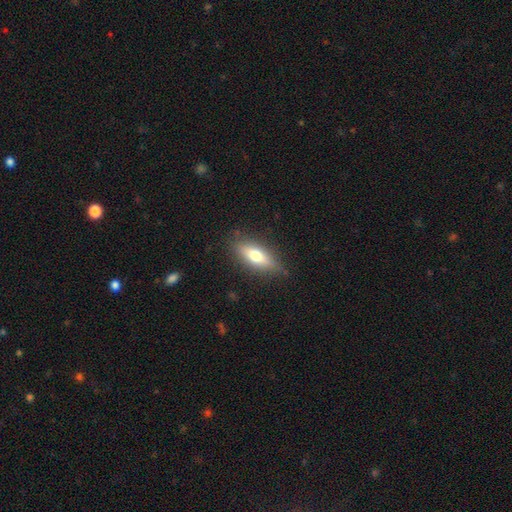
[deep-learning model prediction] Overall: smooth (64%; featured or disk 29%). How rounded: in between (65%; cigar-shaped 32%). Merging: none (81%).